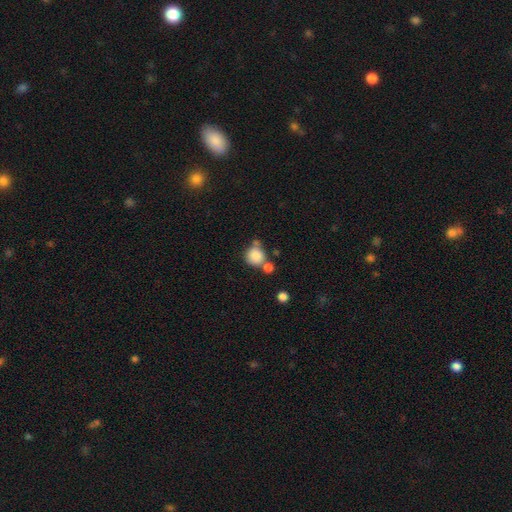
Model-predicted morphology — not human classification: A smooth galaxy with no disk features (83%) that is round (87%).

Vote fractions:
- Smooth or featured? smooth: 83% / star or artifact: 10% / featured or disk: 7%
- How rounded? round: 87% / in between: 12% / cigar-shaped: 1%
- Merging? none: 54% / merger: 27% / minor disturbance: 14% / major disturbance: 5%